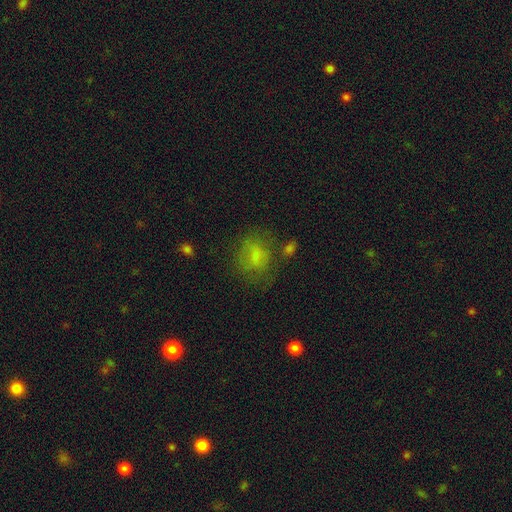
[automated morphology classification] This appears to be a smooth galaxy with no disk features (66%) that is in between round and cigar-shaped (51%). Merging: none (57%).